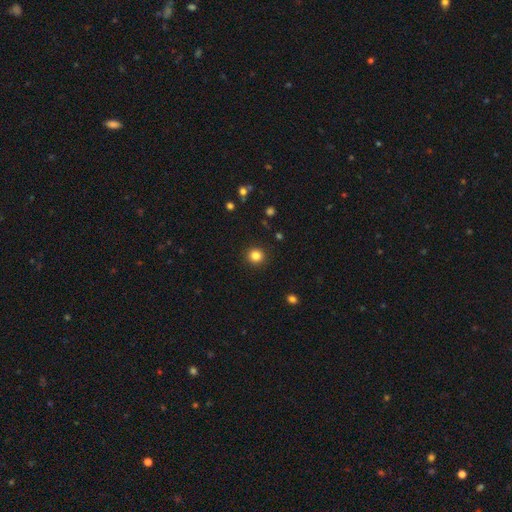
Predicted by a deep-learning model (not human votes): smooth_or_featured: smooth (p=0.84) [alt: star or artifact p=0.12]
how_rounded: round (p=0.93) [alt: in between p=0.06]
merging: none (p=0.92) [alt: minor disturbance p=0.05]